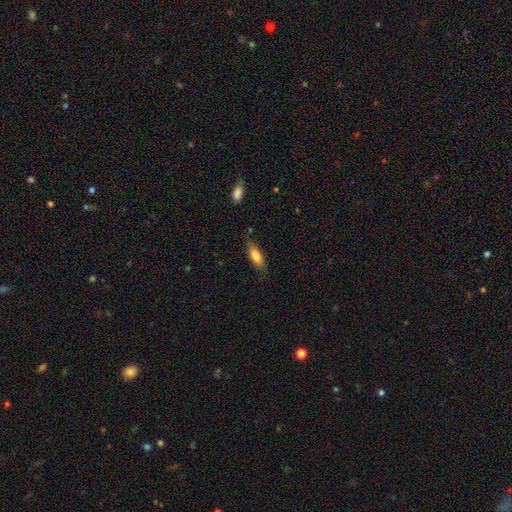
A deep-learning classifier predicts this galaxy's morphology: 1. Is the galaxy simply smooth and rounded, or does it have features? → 79% smooth, 14% featured or disk, 7% star or artifact.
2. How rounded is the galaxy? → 66% in between, 32% cigar-shaped, 2% round.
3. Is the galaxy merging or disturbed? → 76% none, 18% minor disturbance, 4% major disturbance, 2% merger.